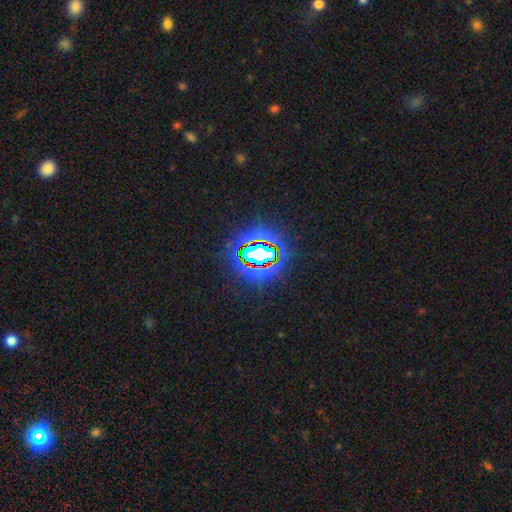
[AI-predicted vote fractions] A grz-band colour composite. It shows a star or artifact, not a galaxy (75%).